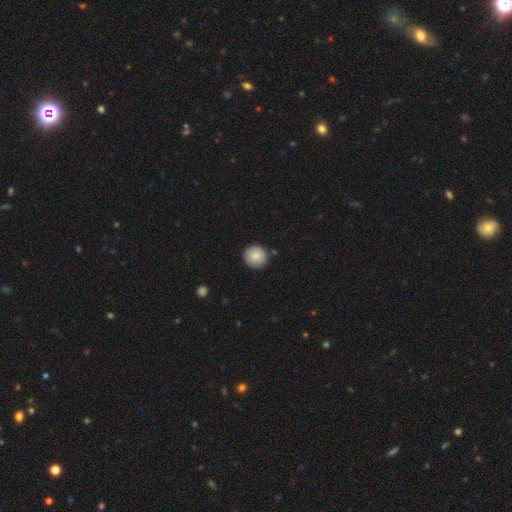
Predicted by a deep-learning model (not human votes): Overall: smooth (85%). How rounded: round (94%). Merging: none (88%).